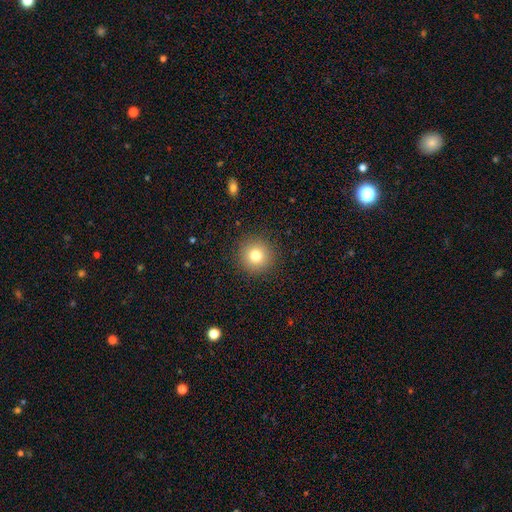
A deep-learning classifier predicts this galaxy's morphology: This is likely a smooth galaxy (78%). How rounded: clearly round (95%). Merging: clearly none (91%).